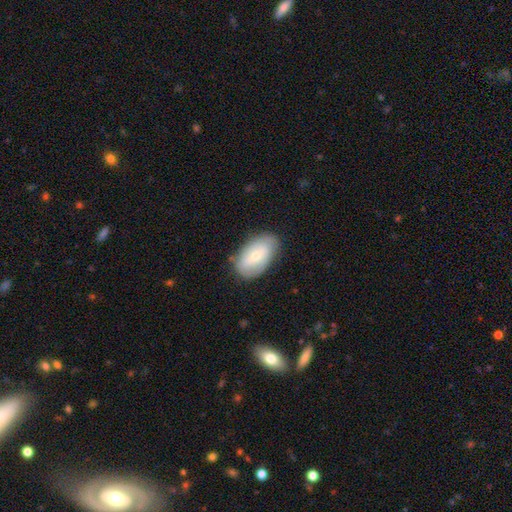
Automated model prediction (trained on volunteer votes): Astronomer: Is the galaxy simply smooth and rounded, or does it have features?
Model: smooth — 55% (runner-up: featured or disk, 38%).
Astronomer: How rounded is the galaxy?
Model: in between — 92%.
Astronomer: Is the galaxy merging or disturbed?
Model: none — 75%.